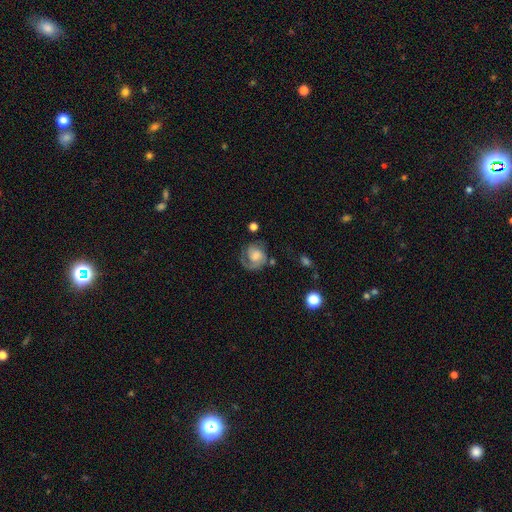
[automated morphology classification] The model was most divided on "spiral arm count": 1: 44%, 2: 40%, can't tell: 10%, 3: 4%, 4: 1%, more than 4: 1%. Remaining: edge-on disk — no (98%); spiral arms — yes (92%); smooth or featured — featured or disk (71%); bar — no (64%); merging — none (58%); spiral winding — tight (44%); bulge size — moderate (42%).